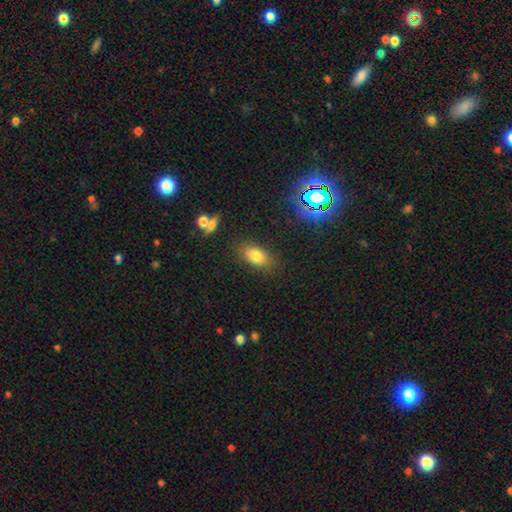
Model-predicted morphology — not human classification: Smooth or featured? Predicted: smooth (p=0.78). How rounded? Predicted: in between (p=0.86). Merging? Predicted: none (p=0.82).